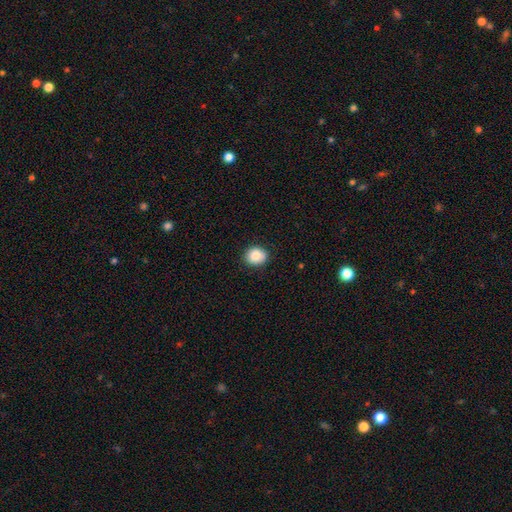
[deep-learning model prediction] smooth_or_featured: smooth (p=0.86) [alt: star or artifact p=0.09]
how_rounded: round (p=0.71) [alt: in between p=0.28]
merging: none (p=0.87) [alt: minor disturbance p=0.10]